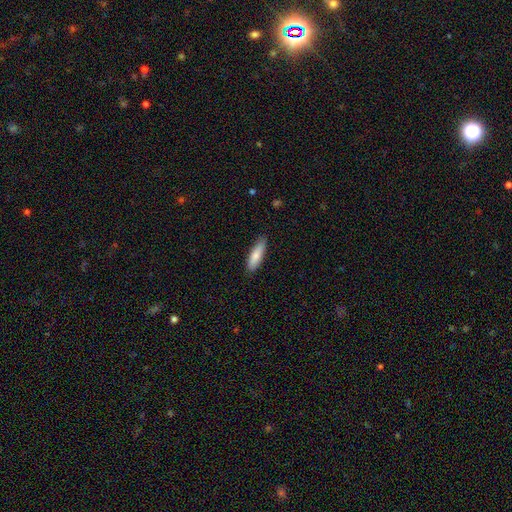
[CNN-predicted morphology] smooth-or-featured: smooth: 81% | featured or disk: 13% | star or artifact: 6%
  how-rounded: cigar-shaped: 63% | in between: 35% | round: 1%
  merging: none: 85% | minor disturbance: 12% | major disturbance: 2% | merger: 1%